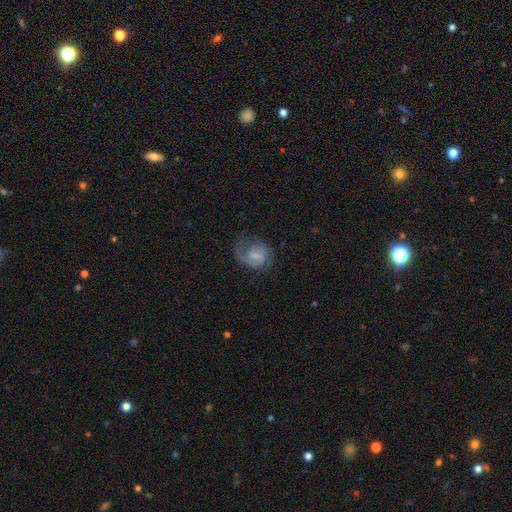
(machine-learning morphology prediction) A featured or disk galaxy (61%) with a weak bar (55%), 2 (45%) medium (44%) spiral arms (86%) and a small central bulge (38%). Merging: none (48%).